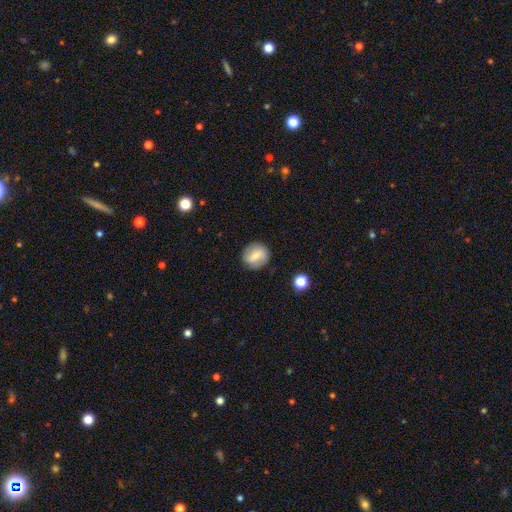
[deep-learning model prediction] Smooth or featured?
  - smooth: 55% *
  - featured or disk: 37%
  - star or artifact: 8%
How rounded?
  - round: 85% *
  - in between: 14%
  - cigar-shaped: 1%
Merging?
  - none: 83% *
  - minor disturbance: 12%
  - major disturbance: 3%
  - merger: 1%